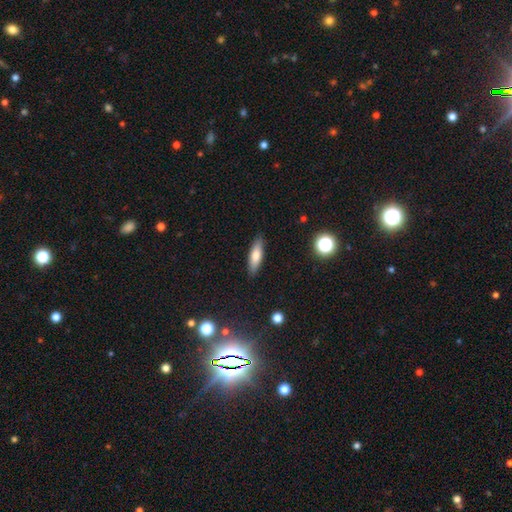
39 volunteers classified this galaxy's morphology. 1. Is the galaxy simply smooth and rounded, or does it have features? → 72% smooth, 18% featured or disk, 10% star or artifact.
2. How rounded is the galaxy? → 61% cigar-shaped, 39% in between, 0% round.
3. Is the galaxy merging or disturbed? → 83% none, 14% minor disturbance, 3% major disturbance, 0% merger.